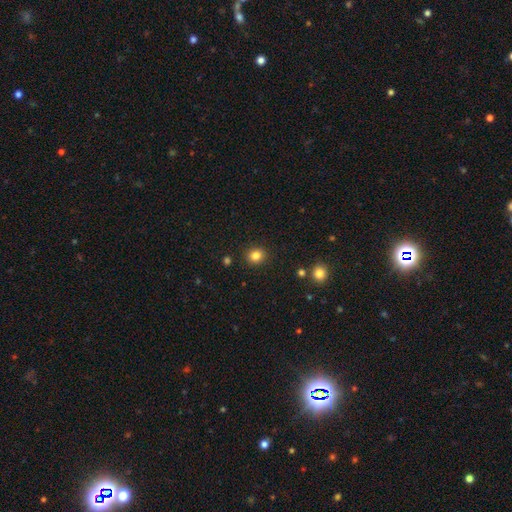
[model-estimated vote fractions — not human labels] smooth-or-featured: smooth: 83% | star or artifact: 12% | featured or disk: 5%
  how-rounded: round: 83% | in between: 17% | cigar-shaped: 1%
  merging: none: 90% | minor disturbance: 6% | major disturbance: 2% | merger: 2%